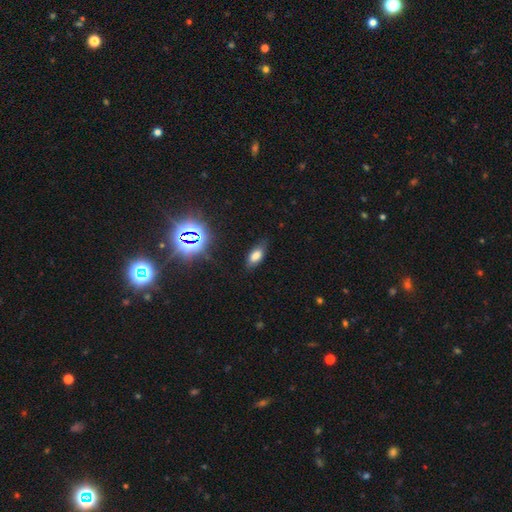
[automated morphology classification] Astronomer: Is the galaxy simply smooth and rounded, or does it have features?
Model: smooth — 72%.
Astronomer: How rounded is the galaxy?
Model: in between — 85%.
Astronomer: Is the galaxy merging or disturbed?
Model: none — 75%.